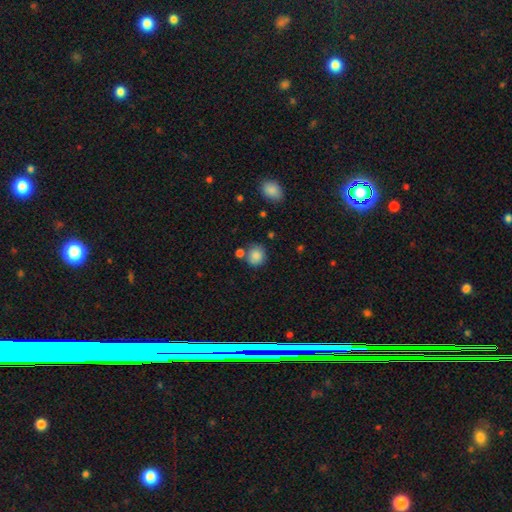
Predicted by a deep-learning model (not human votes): A smooth galaxy with no disk features (86%) that is round (83%). Merging: none (70%).